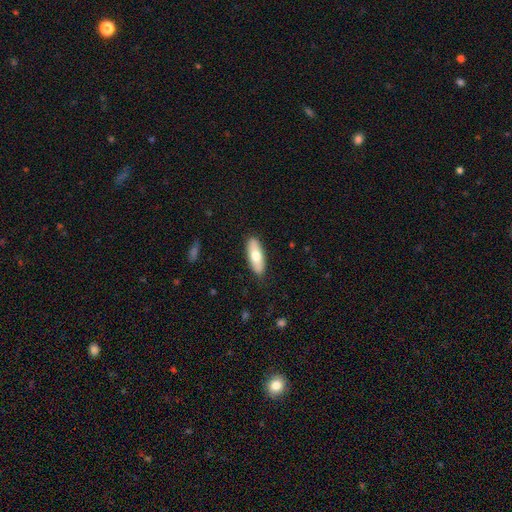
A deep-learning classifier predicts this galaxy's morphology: A smooth galaxy with no disk features (71%) that is in between round and cigar-shaped (67%). Merging: none (87%).